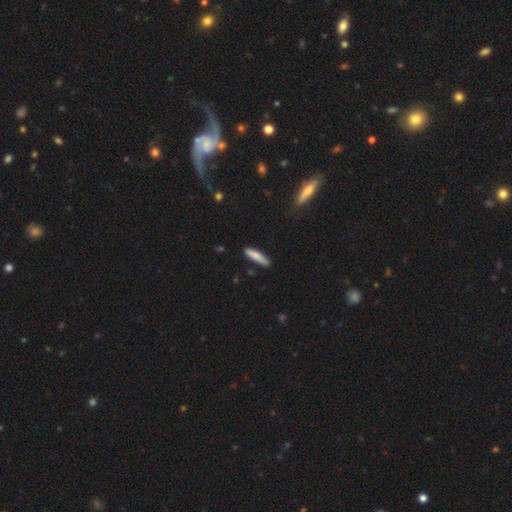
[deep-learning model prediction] A smooth galaxy with no disk features (83%) that is cigar-shaped (79%).

Vote fractions:
- Smooth or featured? smooth: 83% / featured or disk: 11% / star or artifact: 6%
- How rounded? cigar-shaped: 79% / in between: 20% / round: 1%
- Merging? none: 85% / minor disturbance: 12% / major disturbance: 2% / merger: 2%